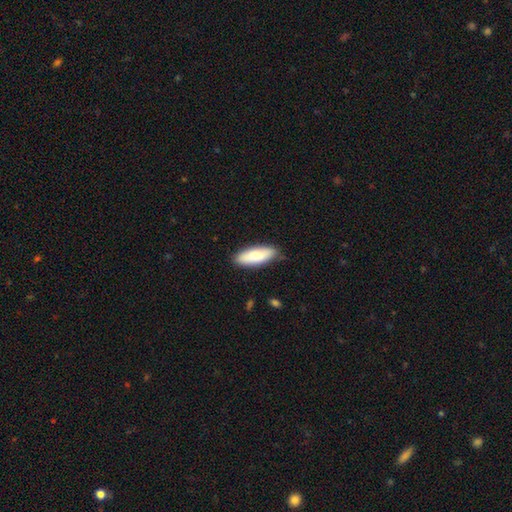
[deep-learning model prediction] A smooth galaxy with no disk features (81%) that is in between round and cigar-shaped (65%). Merging: none (82%).